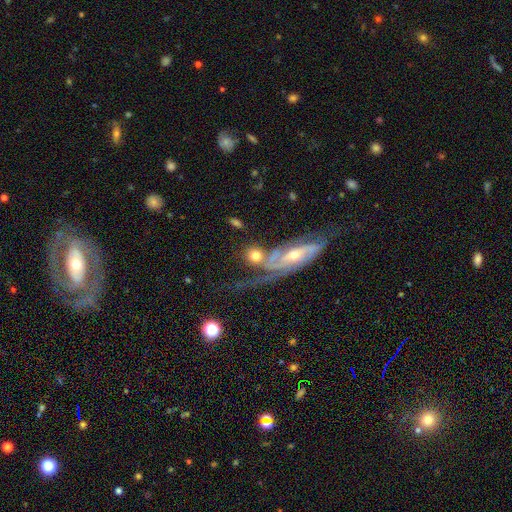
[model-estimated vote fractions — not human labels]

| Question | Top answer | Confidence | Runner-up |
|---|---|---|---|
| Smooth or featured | smooth | 55% | featured or disk (36%) |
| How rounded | round | 72% | in between (23%) |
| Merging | none | 44% | merger (30%) |